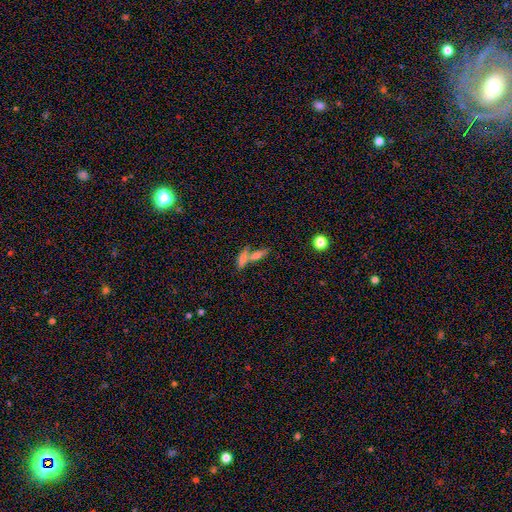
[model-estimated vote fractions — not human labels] This is possibly a smooth galaxy (55%). How rounded: possibly cigar-shaped (57%). Merging: possibly merger (49%).